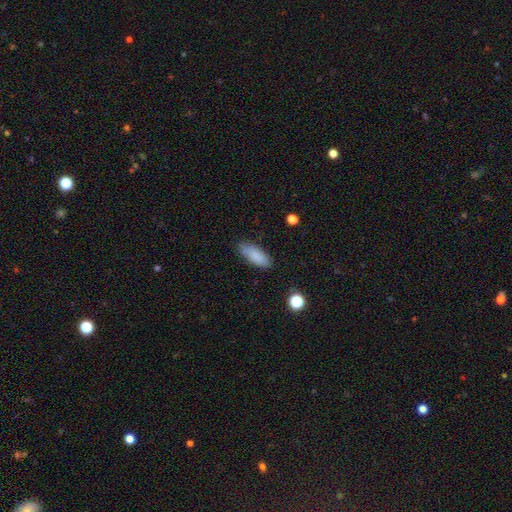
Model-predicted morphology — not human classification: This appears to be a smooth galaxy with no disk features (86%) that is in between round and cigar-shaped (72%). Merging: none (81%).